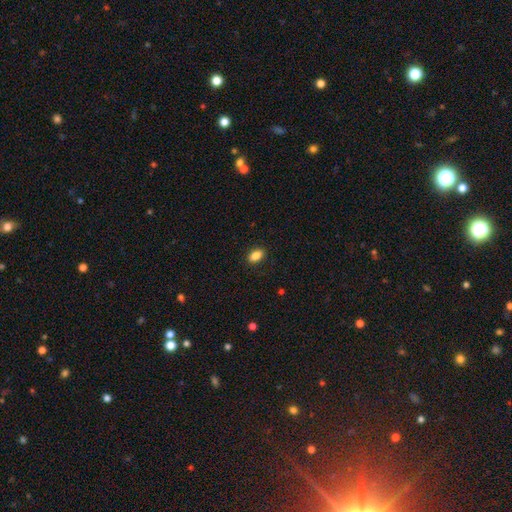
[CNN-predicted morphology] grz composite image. It shows a smooth galaxy with no disk features (87%) that is in between round and cigar-shaped (88%). Merging: none (89%).